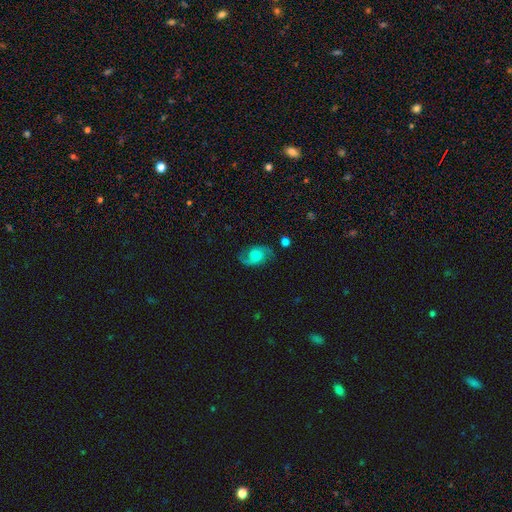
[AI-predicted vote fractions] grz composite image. It shows a featured or disk galaxy (80%) with no bar (60%), 2 (92%) medium (49%) spiral arms (96%) and no central bulge (31%). Merging: none (77%).